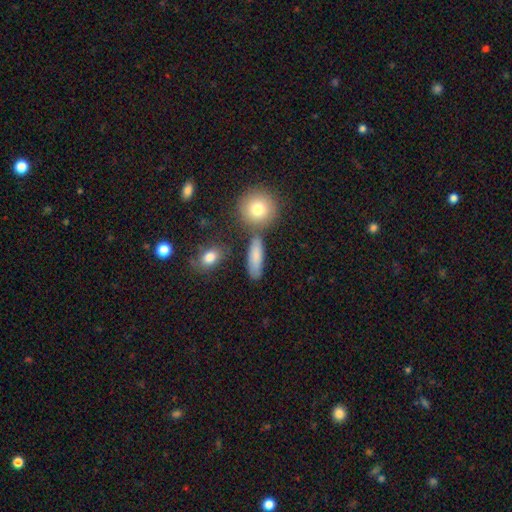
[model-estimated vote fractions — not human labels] A smooth galaxy with no disk features (79%) that is in between round and cigar-shaped (50%). Merging: none (74%).